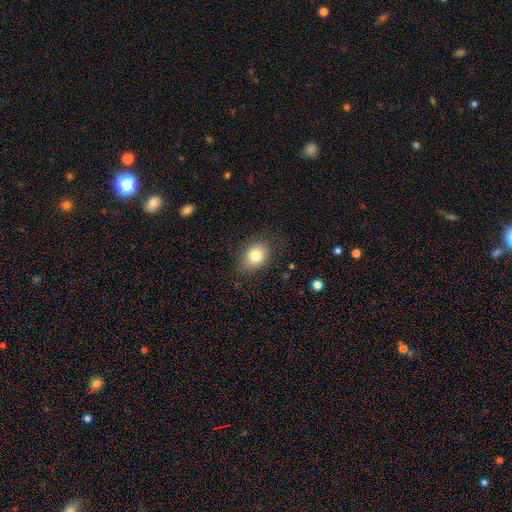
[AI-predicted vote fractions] A smooth galaxy with no disk features (81%) that is in between round and cigar-shaped (61%).

Vote fractions:
- Smooth or featured? smooth: 81% / star or artifact: 10% / featured or disk: 10%
- How rounded? in between: 61% / round: 38% / cigar-shaped: 1%
- Merging? none: 80% / minor disturbance: 15% / major disturbance: 4% / merger: 1%